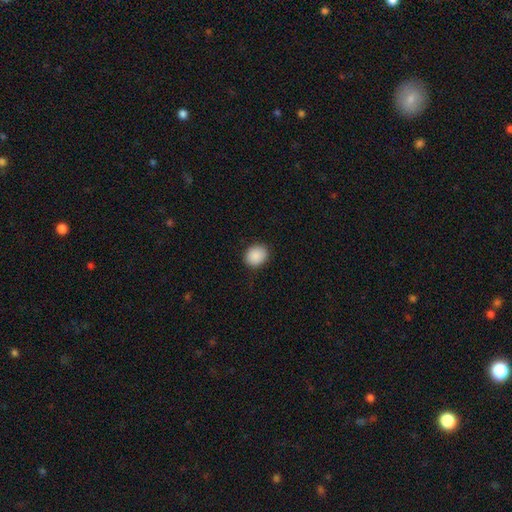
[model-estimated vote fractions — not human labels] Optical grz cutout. It shows a smooth galaxy with no disk features (90%) that is round (60%). Merging: none (87%).